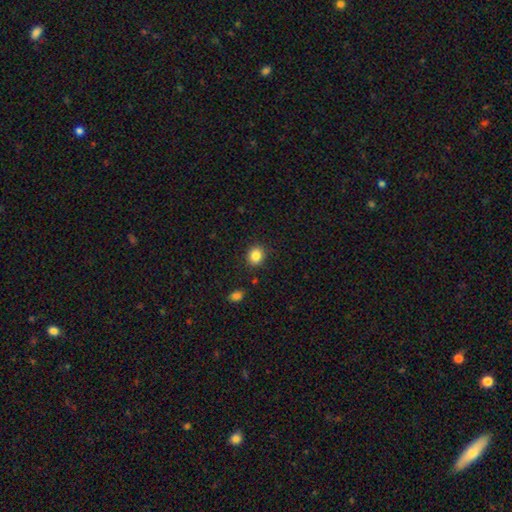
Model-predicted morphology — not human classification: smooth 85%, star or artifact 10%, featured or disk 5%. Down the decision tree: how rounded — round (73%); merging — none (88%).